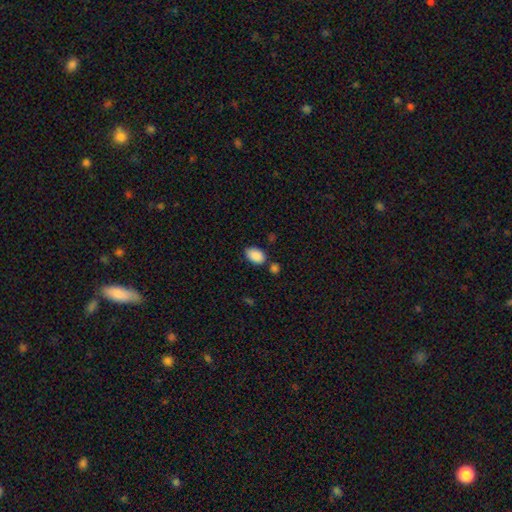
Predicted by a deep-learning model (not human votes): smooth_or_featured: smooth (p=0.89) [alt: star or artifact p=0.07]
how_rounded: in between (p=0.90) [alt: round p=0.09]
merging: none (p=0.71) [alt: minor disturbance p=0.16]